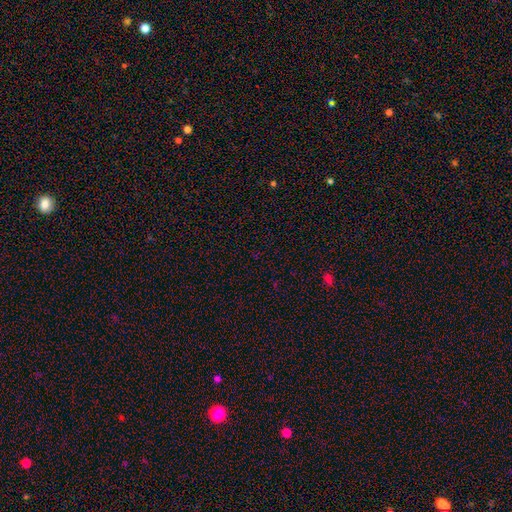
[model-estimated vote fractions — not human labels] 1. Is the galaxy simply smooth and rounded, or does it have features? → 68% star or artifact, 24% smooth, 7% featured or disk.